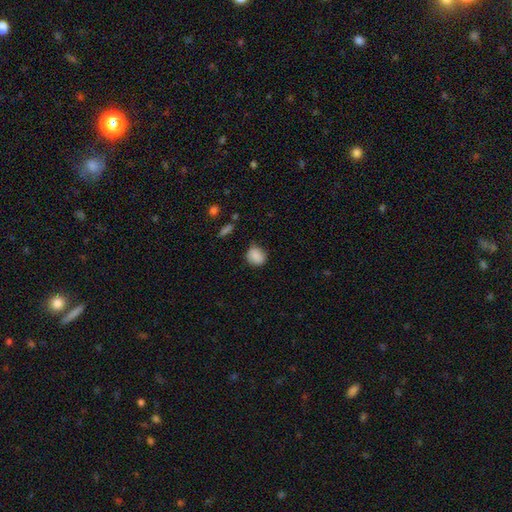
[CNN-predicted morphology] Smooth or featured? Predicted: smooth (p=0.87). How rounded? Predicted: round (p=0.61). Merging? Predicted: none (p=0.73).